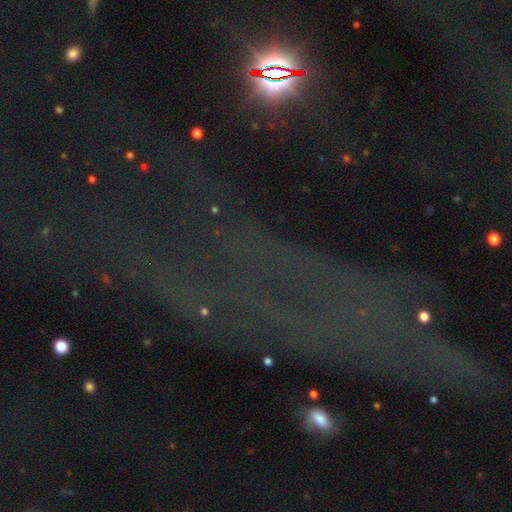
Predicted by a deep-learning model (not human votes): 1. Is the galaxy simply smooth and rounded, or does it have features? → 78% star or artifact, 12% featured or disk, 10% smooth.